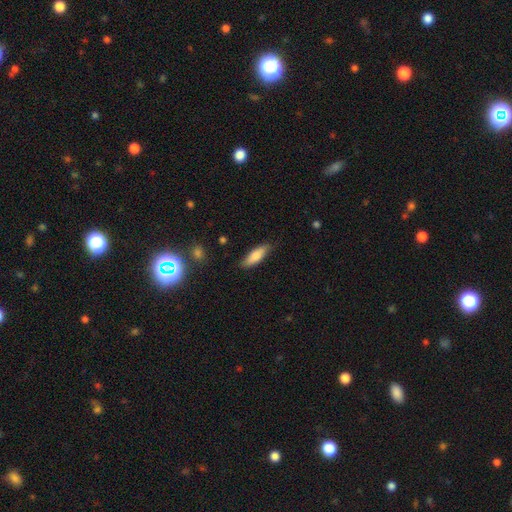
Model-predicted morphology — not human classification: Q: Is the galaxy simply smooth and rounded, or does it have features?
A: smooth — 79%.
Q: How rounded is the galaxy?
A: in between — 53%.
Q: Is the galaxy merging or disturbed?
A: none — 82%.